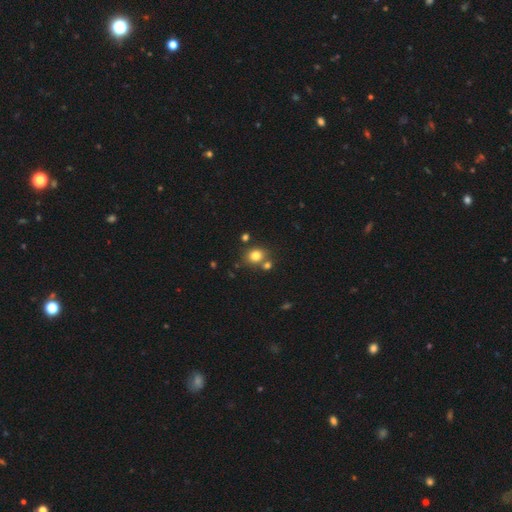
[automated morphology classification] Q: Smooth or featured?
A: smooth (79%); runner-up: star or artifact (13%)
Q: How rounded?
A: round (67%); runner-up: in between (32%)
Q: Merging?
A: none (66%); runner-up: merger (20%)